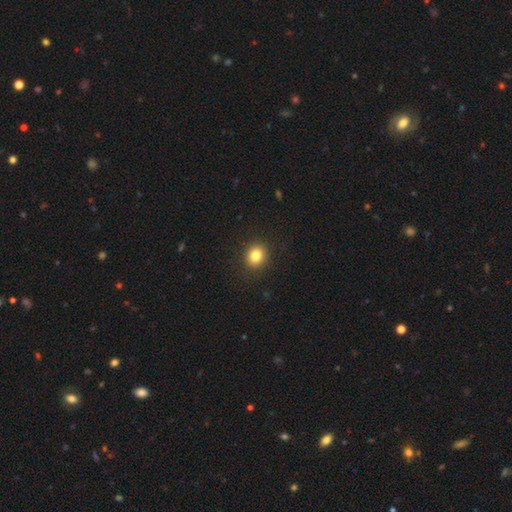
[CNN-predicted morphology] Smooth or featured? Predicted: smooth (p=0.83). How rounded? Predicted: round (p=0.74). Merging? Predicted: none (p=0.91).